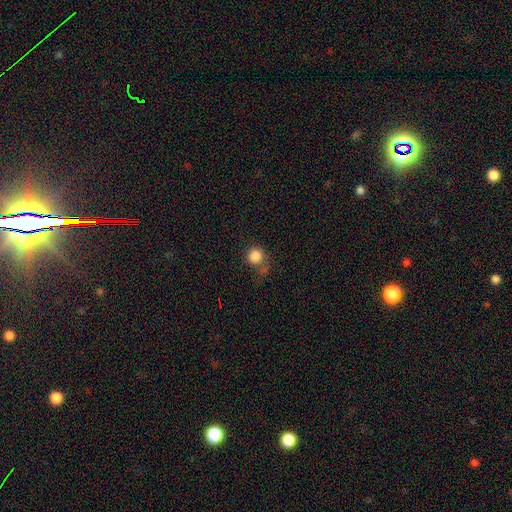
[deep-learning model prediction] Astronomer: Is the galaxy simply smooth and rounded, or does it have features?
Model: smooth — 84%.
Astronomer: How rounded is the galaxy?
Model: round — 89%.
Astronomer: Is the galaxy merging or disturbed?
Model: none — 54%.